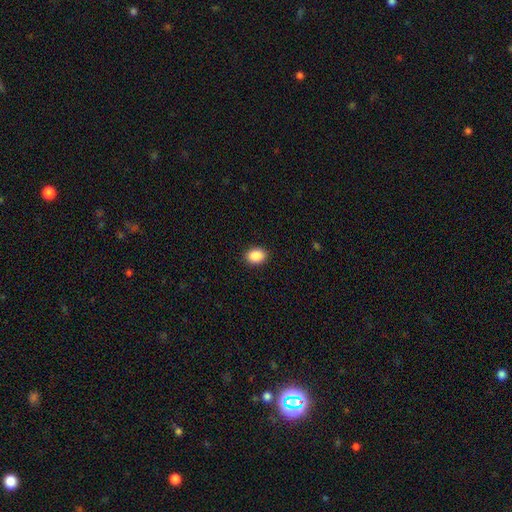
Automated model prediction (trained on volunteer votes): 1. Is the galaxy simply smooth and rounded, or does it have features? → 89% smooth, 8% star or artifact, 3% featured or disk.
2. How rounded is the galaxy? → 67% in between, 32% round, 1% cigar-shaped.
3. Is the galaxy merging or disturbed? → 90% none, 7% minor disturbance, 2% major disturbance, 1% merger.